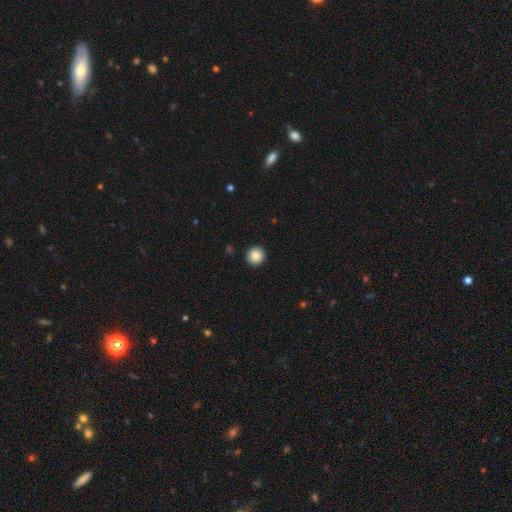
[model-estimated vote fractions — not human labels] Q: Smooth or featured?
A: smooth (87%); runner-up: star or artifact (9%)
Q: How rounded?
A: round (93%); runner-up: in between (6%)
Q: Merging?
A: none (92%); runner-up: minor disturbance (5%)